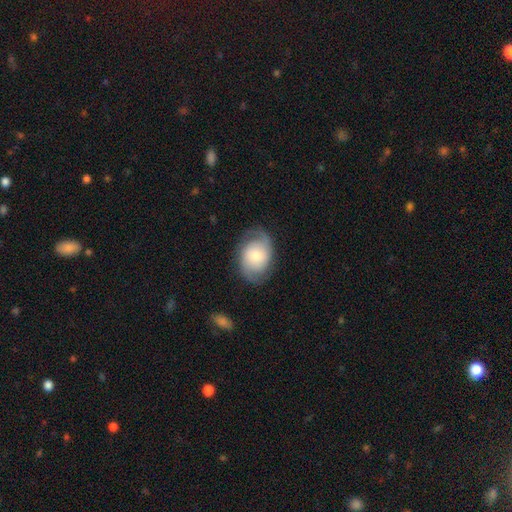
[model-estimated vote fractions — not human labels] The model was most divided on "bulge size": moderate: 41%, small: 40%, large: 12%, none: 3%, dominant: 3%. Remaining: edge-on disk — no (97%); spiral arms — yes (91%); spiral arm count — 2 (83%); merging — none (75%); bar — no (69%); smooth or featured — featured or disk (65%); spiral winding — medium (45%).